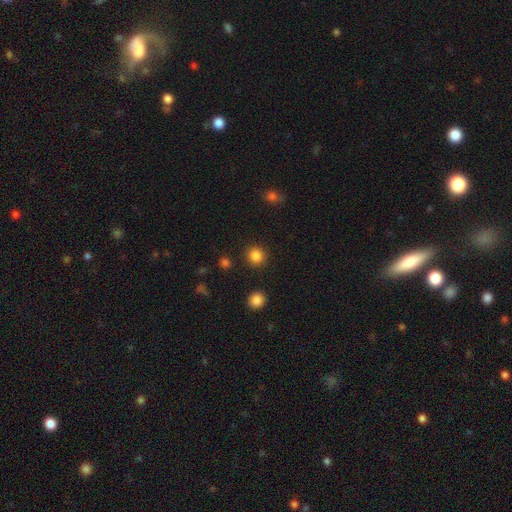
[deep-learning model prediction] This appears to be a smooth galaxy with no disk features (85%) that is round (92%). Merging: none (90%).